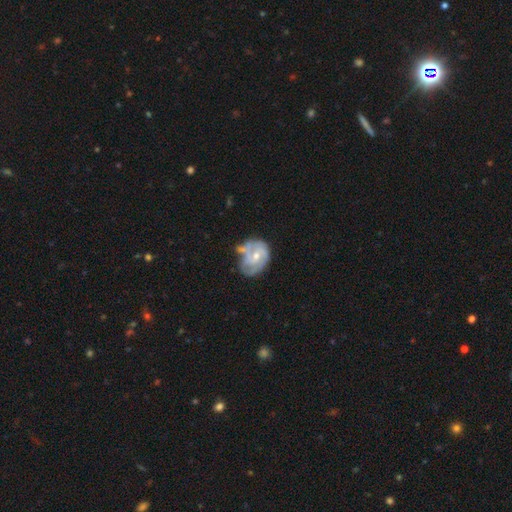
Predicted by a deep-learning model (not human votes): A featured or disk galaxy (72%) with no bar (62%), tight (49%) spiral arms (74%) and a moderate central bulge (51%). Merging: none (38%).